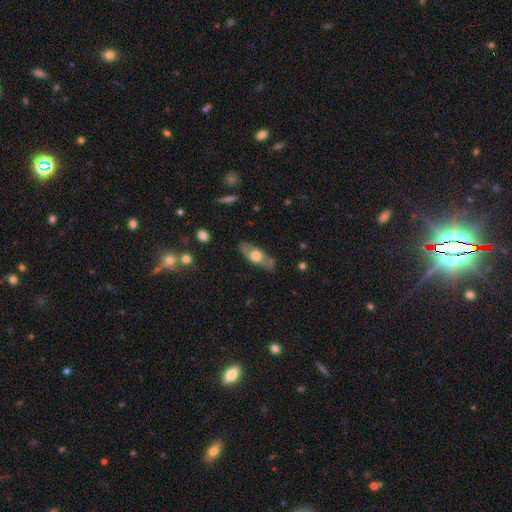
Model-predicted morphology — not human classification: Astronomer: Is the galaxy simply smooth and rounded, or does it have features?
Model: featured or disk — 50% (runner-up: smooth, 44%).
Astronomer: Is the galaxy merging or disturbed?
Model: none — 77%.